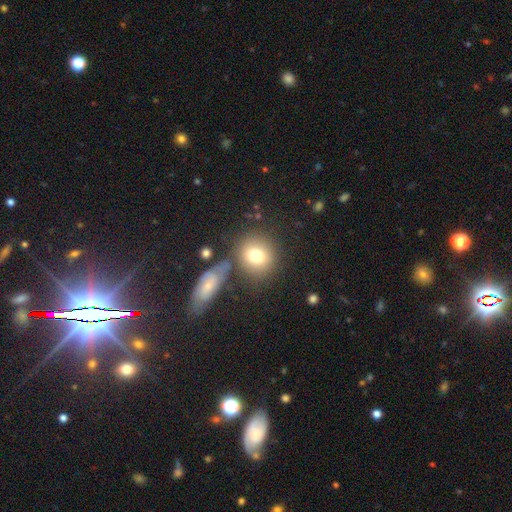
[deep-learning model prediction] A smooth galaxy with no disk features (77%) that is round (77%). Merging: none (68%).